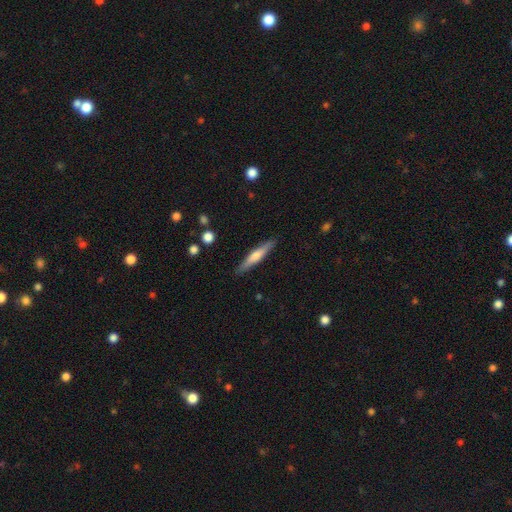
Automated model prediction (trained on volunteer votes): A smooth galaxy with no disk features (50%) that is cigar-shaped (92%).

Vote fractions:
- Smooth or featured? smooth: 50% / featured or disk: 44% / star or artifact: 6%
- How rounded? cigar-shaped: 92% / in between: 7% / round: 1%
- Merging? none: 89% / minor disturbance: 8% / major disturbance: 2% / merger: 1%